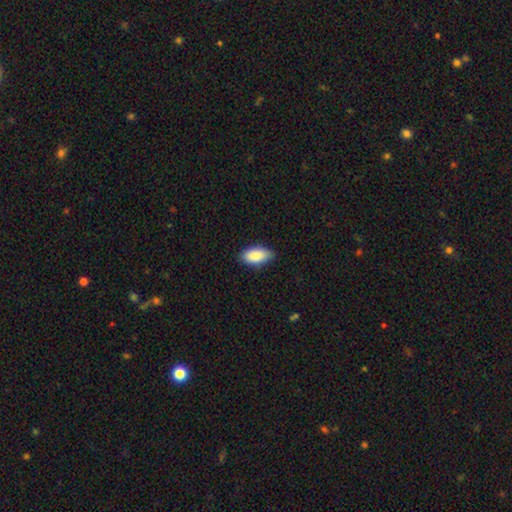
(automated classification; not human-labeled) A smooth galaxy with no disk features (88%) that is in between round and cigar-shaped (92%). Merging: none (83%).